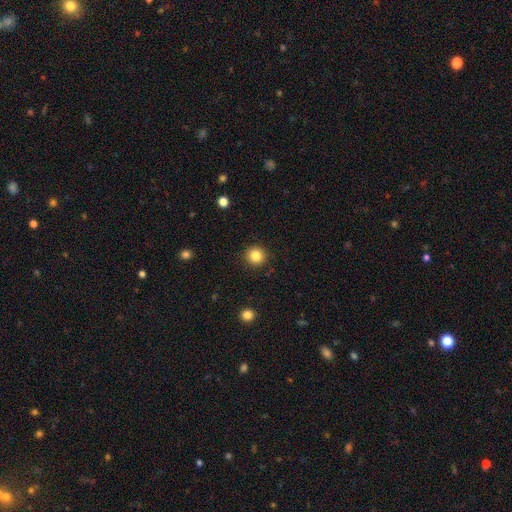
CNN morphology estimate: Smooth or featured? Predicted: smooth (p=0.84). How rounded? Predicted: round (p=0.93). Merging? Predicted: none (p=0.91).